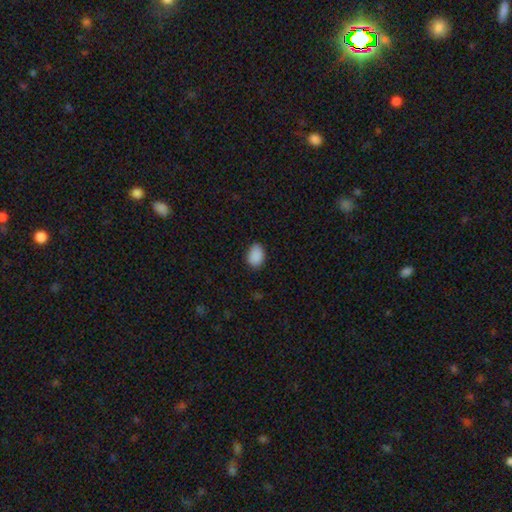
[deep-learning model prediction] Q: Smooth or featured?
A: smooth (89%); runner-up: star or artifact (8%)
Q: How rounded?
A: in between (80%); runner-up: round (19%)
Q: Merging?
A: none (79%); runner-up: minor disturbance (17%)